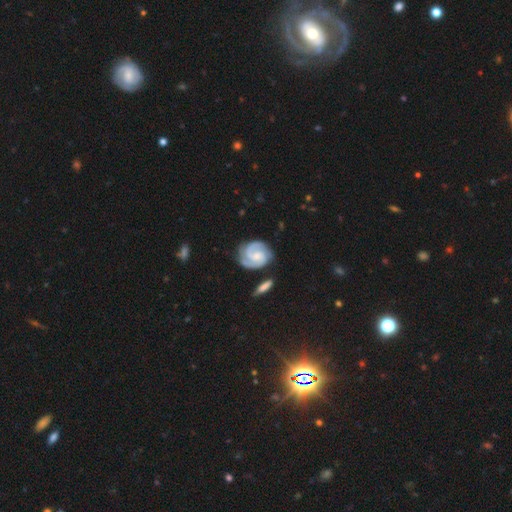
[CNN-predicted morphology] featured or disk 88%, smooth 8%, star or artifact 4%. Down the decision tree: edge-on disk — no (98%); bar — no (55%); spiral arms — yes (98%); spiral arm count — 2 (73%); spiral winding — tight (59%); bulge size — small (51%); merging — none (73%).